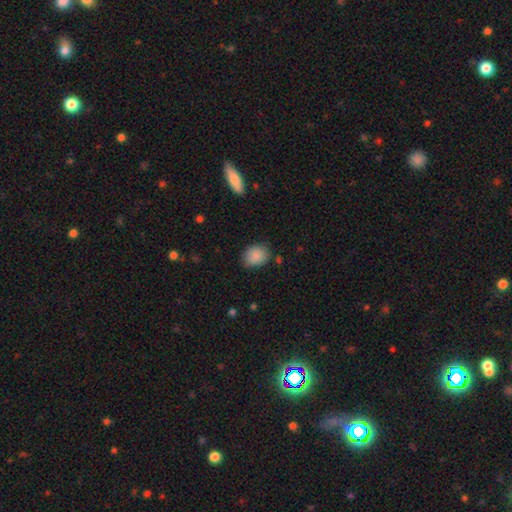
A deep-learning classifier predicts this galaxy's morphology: Smooth or featured: smooth — 87% (star or artifact — 8%)
How rounded: round — 53% (in between — 46%)
Merging: none — 76% (minor disturbance — 18%)